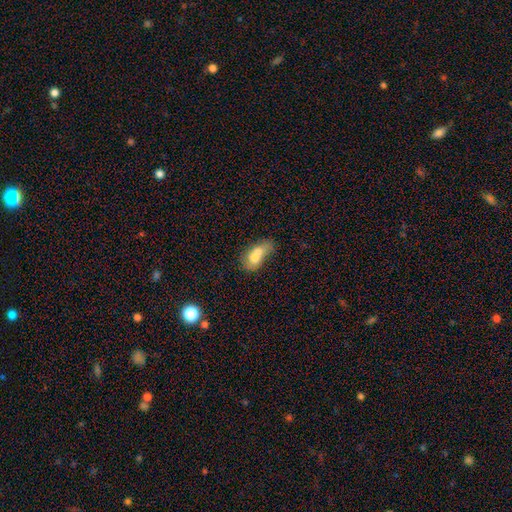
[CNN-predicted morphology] Smooth or featured? smooth (64%)
How rounded? in between (71%)
Merging? merger (69%)